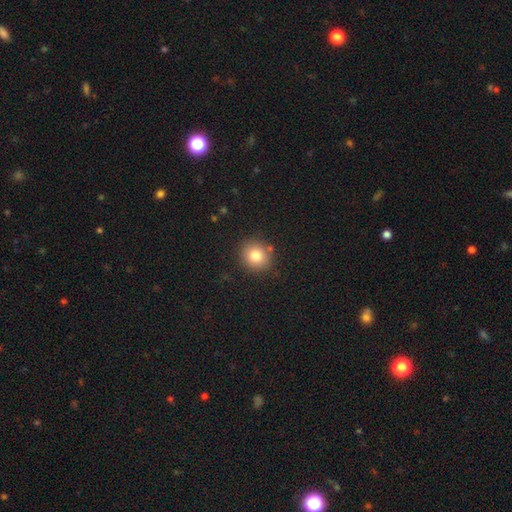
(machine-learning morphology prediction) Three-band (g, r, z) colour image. It shows a smooth galaxy with no disk features (79%) that is round (87%). Merging: none (86%).